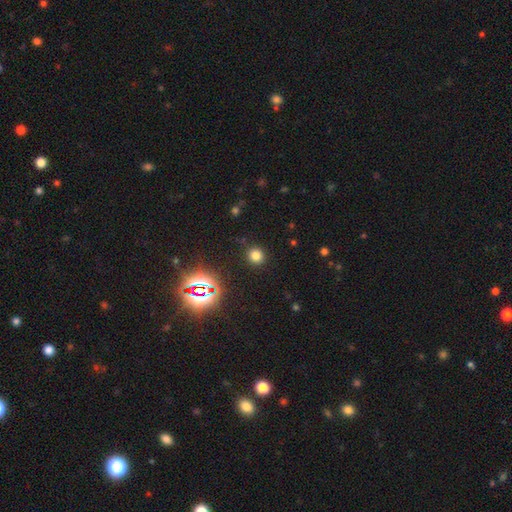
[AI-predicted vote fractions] A smooth galaxy with no disk features (74%) that is round (85%). Merging: none (89%).